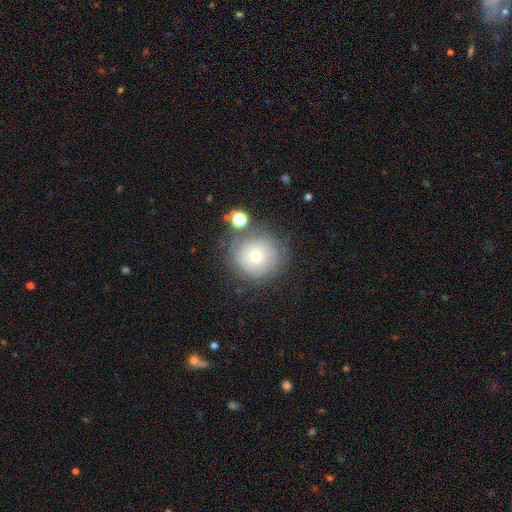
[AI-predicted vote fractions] This appears to be a smooth galaxy with no disk features (49%). Merging: none (69%).